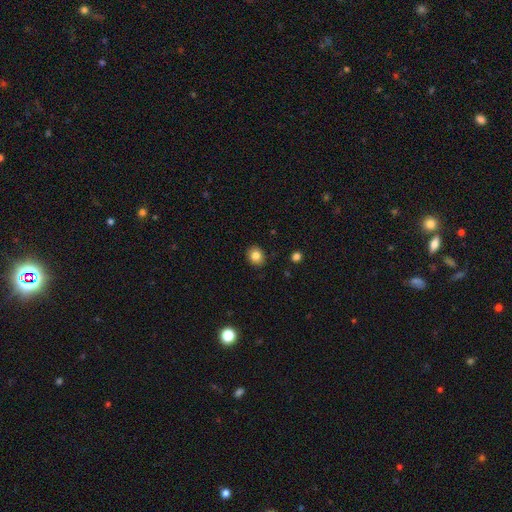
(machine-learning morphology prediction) smooth 83%, star or artifact 10%, featured or disk 7%. Down the decision tree: how rounded — round (62%); merging — none (89%).